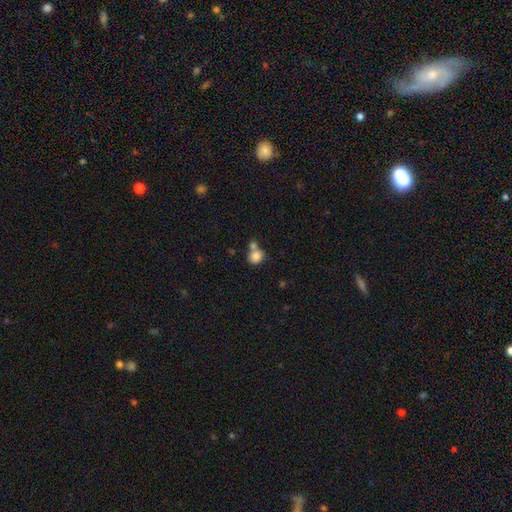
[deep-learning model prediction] Q: Smooth or featured?
A: smooth (84%); runner-up: star or artifact (9%)
Q: How rounded?
A: round (79%); runner-up: in between (20%)
Q: Merging?
A: none (43%); runner-up: merger (42%)